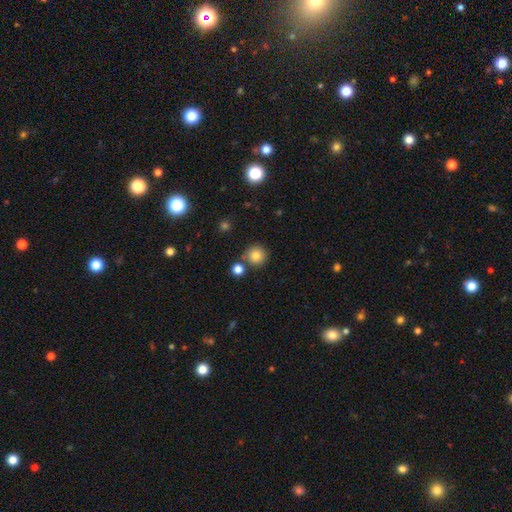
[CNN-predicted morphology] Smooth or featured?
  - smooth: 82% *
  - star or artifact: 12%
  - featured or disk: 6%
How rounded?
  - round: 94% *
  - in between: 5%
  - cigar-shaped: 1%
Merging?
  - none: 77% *
  - merger: 12%
  - minor disturbance: 8%
  - major disturbance: 3%